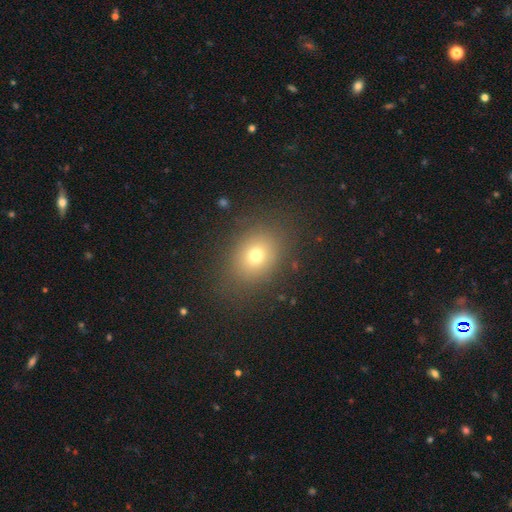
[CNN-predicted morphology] A smooth galaxy with no disk features (72%) that is in between round and cigar-shaped (53%). Merging: none (83%).